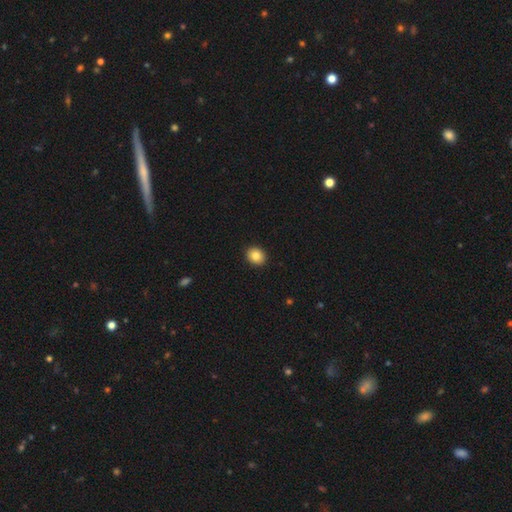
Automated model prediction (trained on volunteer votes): Smooth or featured?
  - smooth: 85% *
  - star or artifact: 9%
  - featured or disk: 6%
How rounded?
  - round: 65% *
  - in between: 34%
  - cigar-shaped: 1%
Merging?
  - none: 92% *
  - minor disturbance: 5%
  - major disturbance: 2%
  - merger: 1%